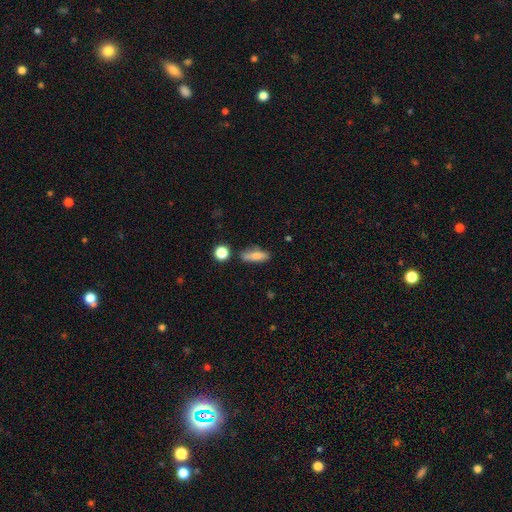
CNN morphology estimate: The model was most divided on "how rounded": in between: 55%, cigar-shaped: 40%, round: 4%. More confident: smooth or featured — smooth (76%); merging — none (73%).